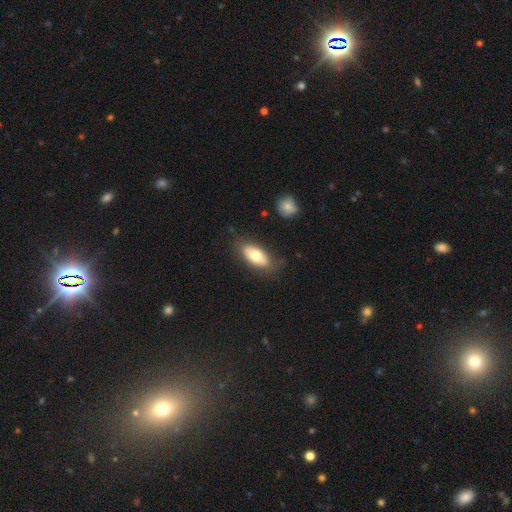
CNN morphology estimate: type=smooth (71%); roundness=in between (89%); merging=none (78%).